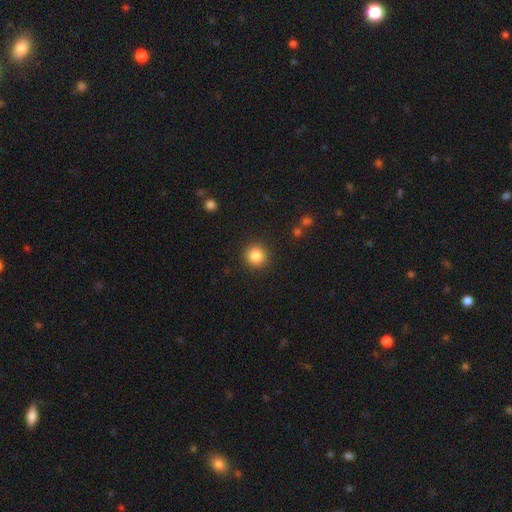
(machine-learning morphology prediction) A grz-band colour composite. It shows a smooth galaxy with no disk features (85%) that is round (94%). Merging: none (91%).